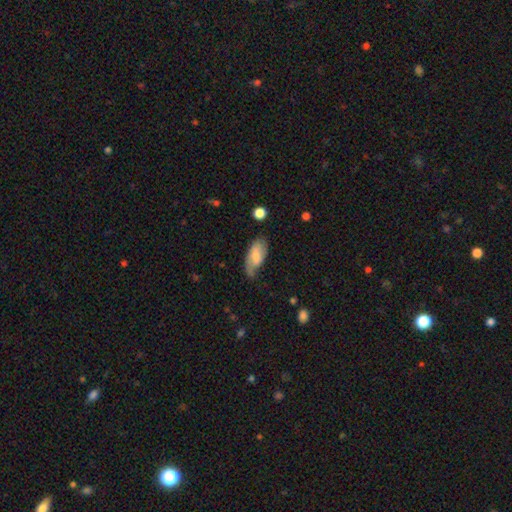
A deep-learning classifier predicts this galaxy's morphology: Overall: smooth (61%; featured or disk 33%). How rounded: in between (89%). Merging: none (50%; minor disturbance 34%).